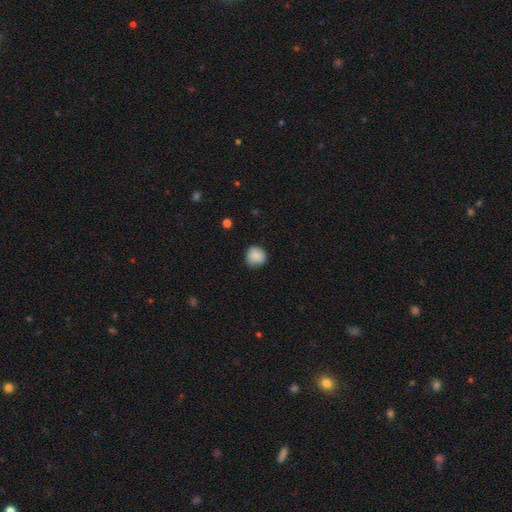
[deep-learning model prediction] This is clearly a smooth galaxy (87%). How rounded: clearly round (91%). Merging: clearly none (84%).